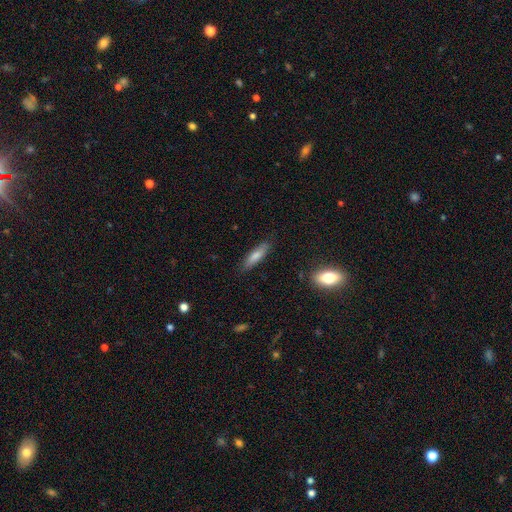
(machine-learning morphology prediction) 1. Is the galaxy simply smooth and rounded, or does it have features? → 77% smooth, 16% featured or disk, 7% star or artifact.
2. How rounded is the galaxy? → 69% cigar-shaped, 30% in between, 2% round.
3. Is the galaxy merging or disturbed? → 84% none, 12% minor disturbance, 2% major disturbance, 1% merger.